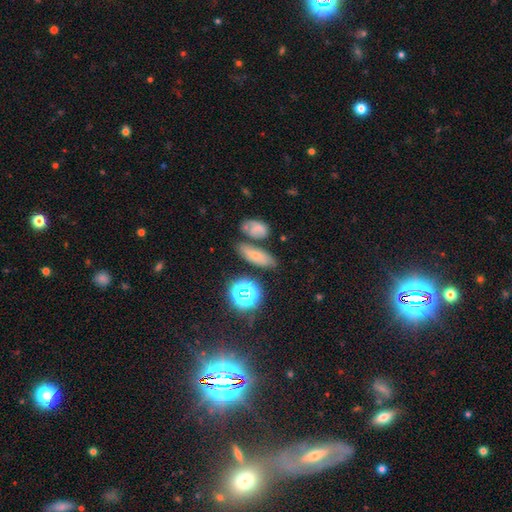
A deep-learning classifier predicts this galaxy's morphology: Smooth or featured?
  - smooth: 57% *
  - featured or disk: 22%
  - star or artifact: 21%
How rounded?
  - in between: 72% *
  - cigar-shaped: 14%
  - round: 14%
Merging?
  - none: 63% *
  - merger: 16%
  - minor disturbance: 15%
  - major disturbance: 5%